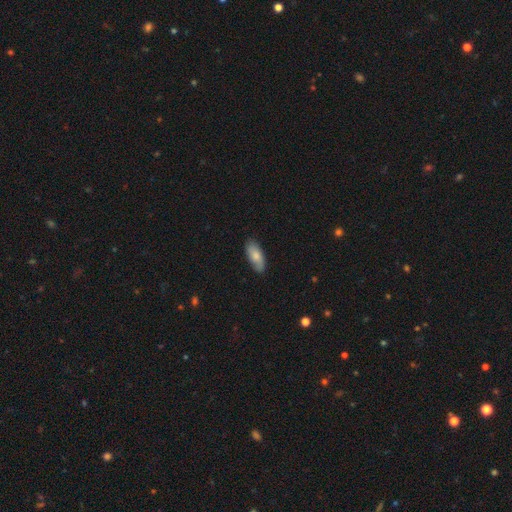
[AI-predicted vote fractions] Overall: smooth (78%). How rounded: in between (83%). Merging: none (84%).